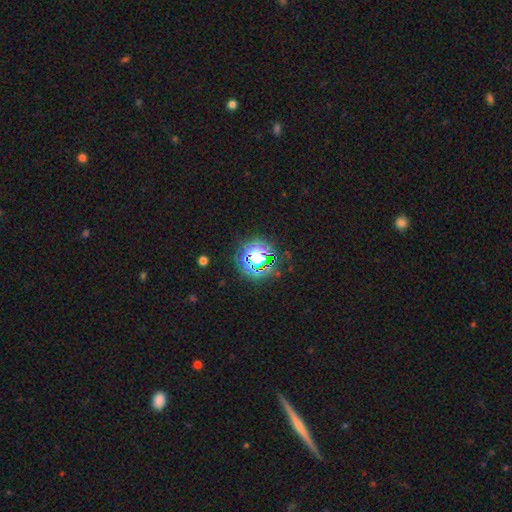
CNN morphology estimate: This is likely a star or artifact rather than a galaxy (68%).